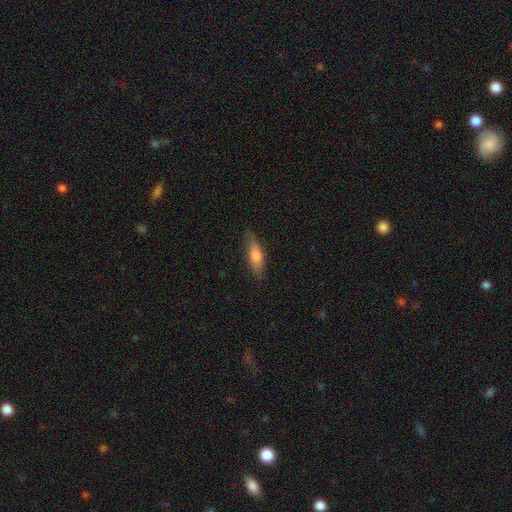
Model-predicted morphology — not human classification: Smooth or featured? Predicted: smooth (p=0.69). How rounded? Predicted: cigar-shaped (p=0.52). Merging? Predicted: none (p=0.79).